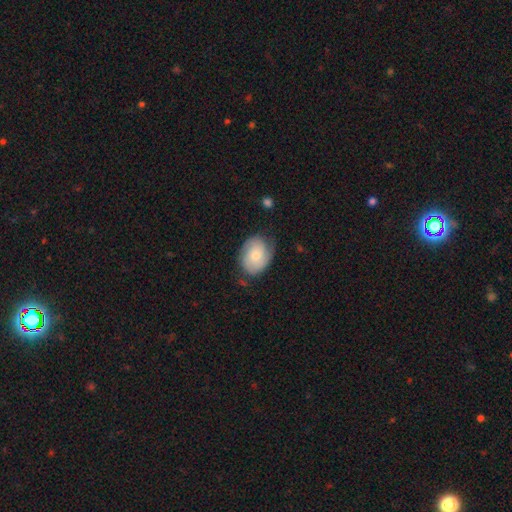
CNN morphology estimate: smooth_or_featured: featured or disk (p=0.47) [alt: smooth p=0.46]
merging: none (p=0.66) [alt: minor disturbance p=0.25]